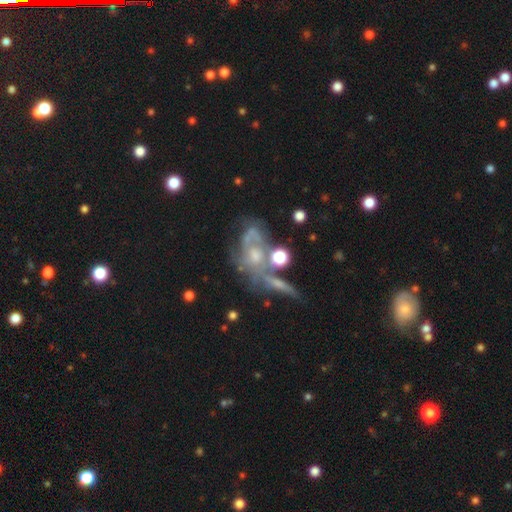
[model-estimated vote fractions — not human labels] Smooth or featured: featured or disk — 67% (smooth — 20%)
Edge-on disk: no — 91% (yes — 9%)
Bar: no — 78% (weak — 18%)
Spiral arms: yes — 61% (no — 39%)
Bulge size: moderate — 39% (tied with small — 39%)
Merging: none — 33% (merger — 25%)